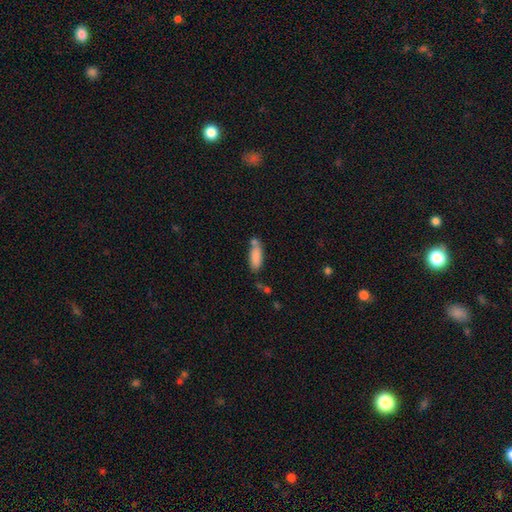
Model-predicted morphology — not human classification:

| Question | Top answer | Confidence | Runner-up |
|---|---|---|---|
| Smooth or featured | smooth | 85% | featured or disk (8%) |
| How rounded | in between | 68% | cigar-shaped (31%) |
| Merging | none | 56% | merger (21%) |